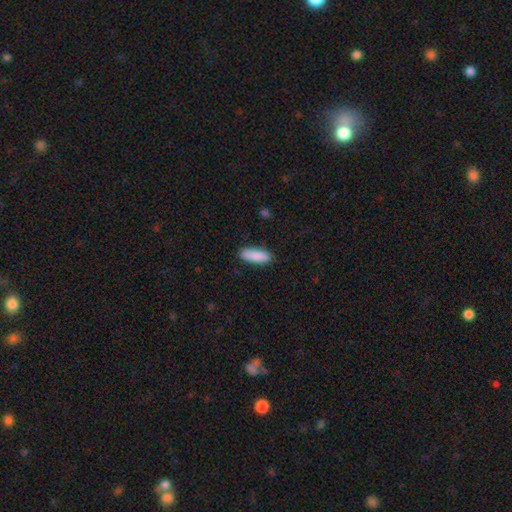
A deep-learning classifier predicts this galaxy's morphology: type=smooth (90%); roundness=in between (62%); merging=none (88%).